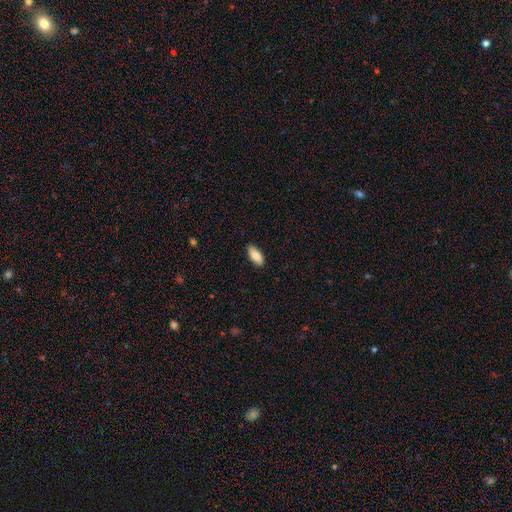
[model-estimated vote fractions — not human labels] Smooth or featured: smooth — 86% (featured or disk — 8%)
How rounded: in between — 85% (cigar-shaped — 13%)
Merging: none — 86% (minor disturbance — 11%)